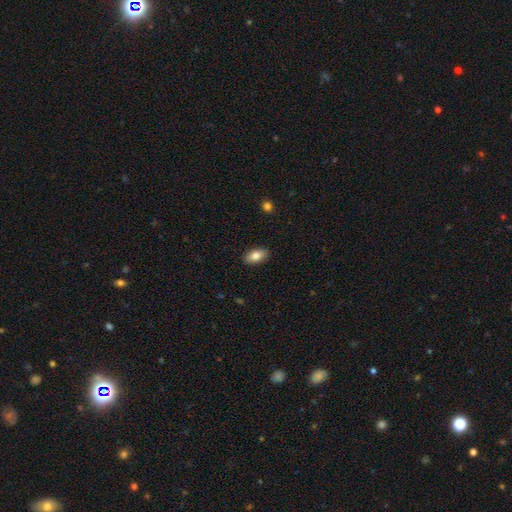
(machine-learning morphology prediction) Smooth or featured? smooth (83%)
How rounded? in between (92%)
Merging? none (90%)